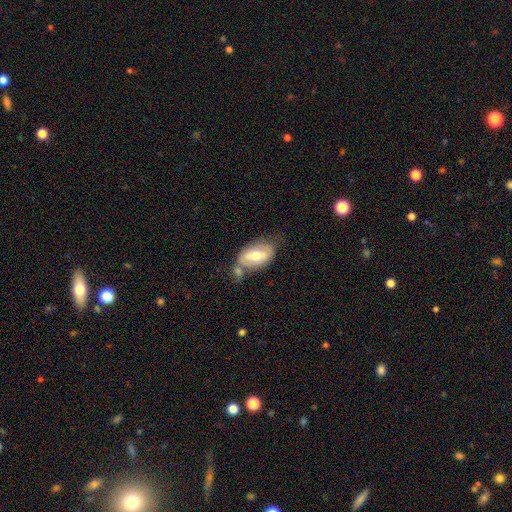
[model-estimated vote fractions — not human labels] Smooth or featured? smooth (51%)
How rounded? in between (91%)
Merging? none (41%)